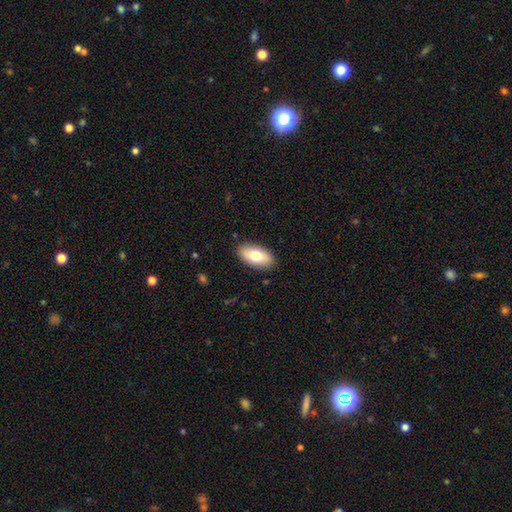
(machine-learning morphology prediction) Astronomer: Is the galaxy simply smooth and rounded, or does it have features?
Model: smooth — 75%.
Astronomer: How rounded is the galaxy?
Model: in between — 93%.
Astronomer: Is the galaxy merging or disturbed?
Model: none — 88%.